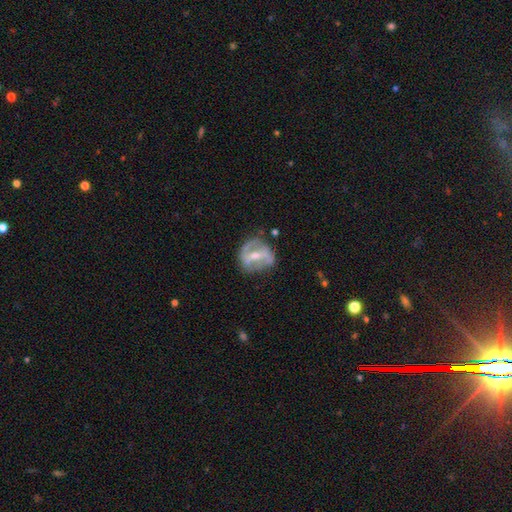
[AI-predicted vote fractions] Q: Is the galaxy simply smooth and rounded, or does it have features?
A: featured or disk — 70%.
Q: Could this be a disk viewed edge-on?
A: no — 95%.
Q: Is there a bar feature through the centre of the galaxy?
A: weak — 40%.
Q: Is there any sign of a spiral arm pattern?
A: yes — 57%.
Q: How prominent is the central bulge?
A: moderate — 57%.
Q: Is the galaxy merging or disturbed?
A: none — 58%.